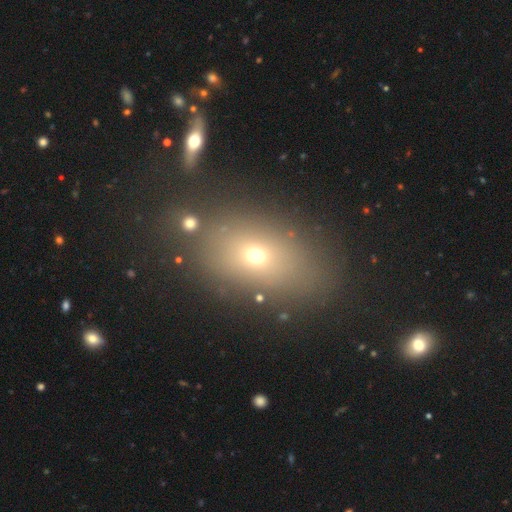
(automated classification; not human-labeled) A smooth galaxy with no disk features (62%) that is in between round and cigar-shaped (72%). Merging: none (76%).